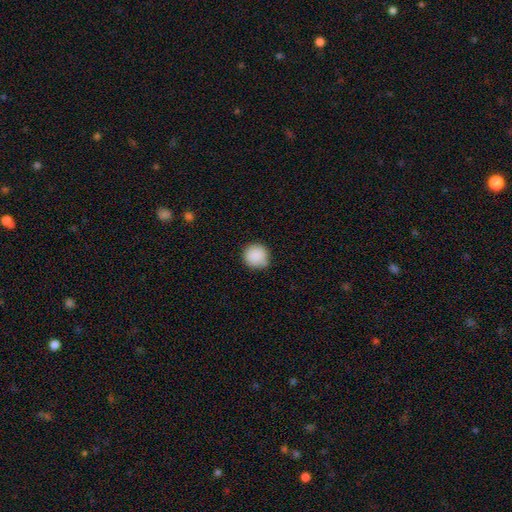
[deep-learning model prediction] A smooth galaxy with no disk features (89%) that is round (92%). Merging: none (79%).